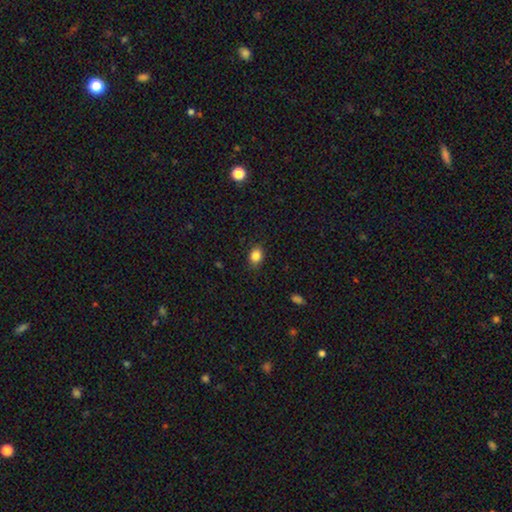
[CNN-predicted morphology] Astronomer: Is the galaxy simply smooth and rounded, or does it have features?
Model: smooth — 85%.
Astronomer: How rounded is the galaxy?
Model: in between — 64%.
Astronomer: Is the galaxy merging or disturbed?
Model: none — 86%.